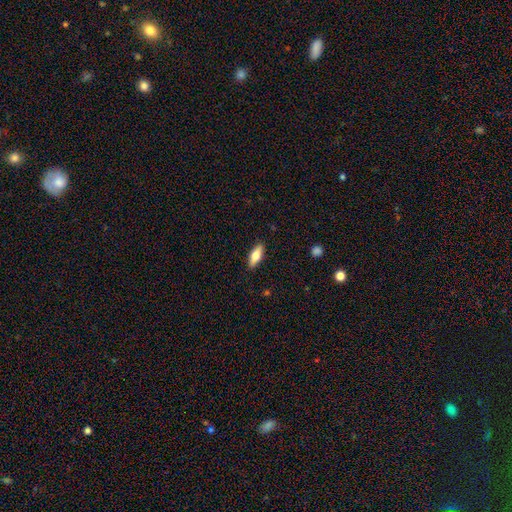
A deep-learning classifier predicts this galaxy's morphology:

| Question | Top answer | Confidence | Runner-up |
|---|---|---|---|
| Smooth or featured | smooth | 66% | featured or disk (28%) |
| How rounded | in between | 68% | cigar-shaped (30%) |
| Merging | none | 88% | minor disturbance (9%) |